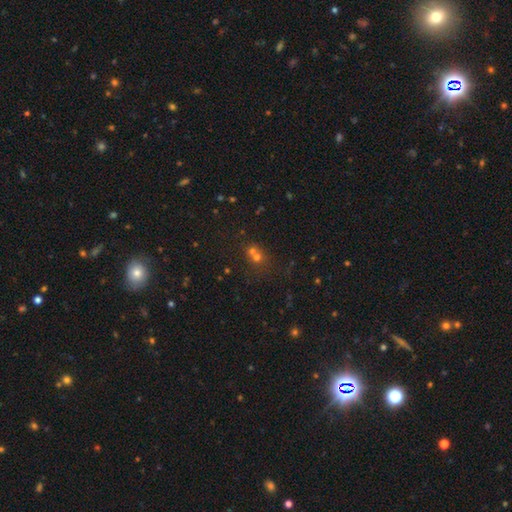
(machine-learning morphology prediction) Smooth or featured? smooth (59%)
How rounded? round (81%)
Merging? merger (53%)